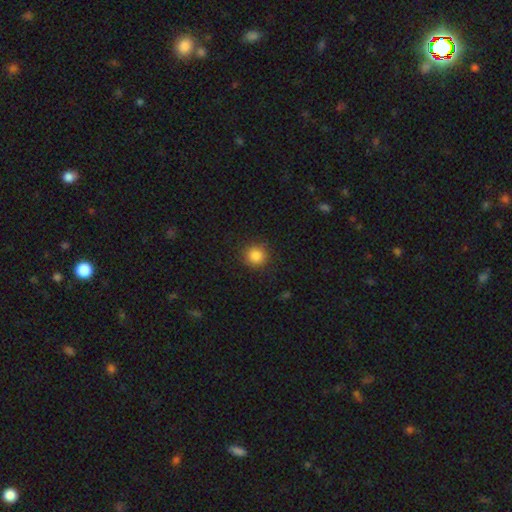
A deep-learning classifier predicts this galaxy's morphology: smooth 86%, star or artifact 11%, featured or disk 4%. Down the decision tree: how rounded — round (93%); merging — none (89%).